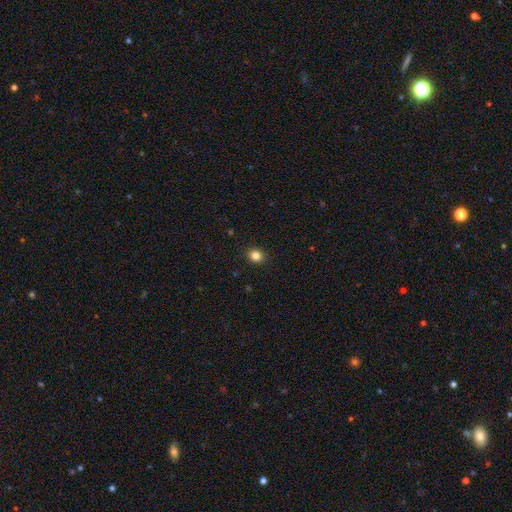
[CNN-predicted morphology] Smooth or featured? Predicted: smooth (p=0.84). How rounded? Predicted: round (p=0.76). Merging? Predicted: none (p=0.92).